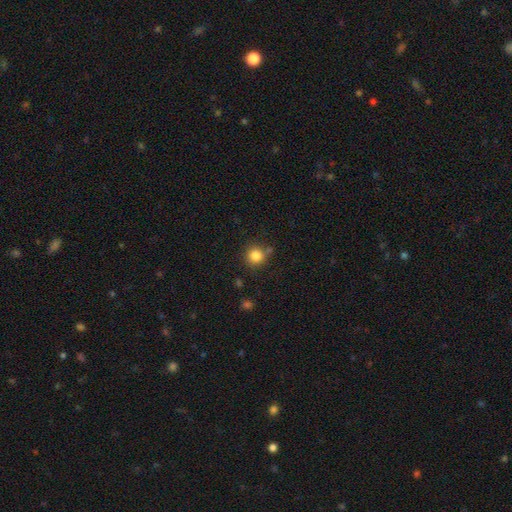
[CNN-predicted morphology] Smooth or featured: smooth — 83% (star or artifact — 11%)
How rounded: round — 92% (in between — 7%)
Merging: none — 76% (minor disturbance — 12%)